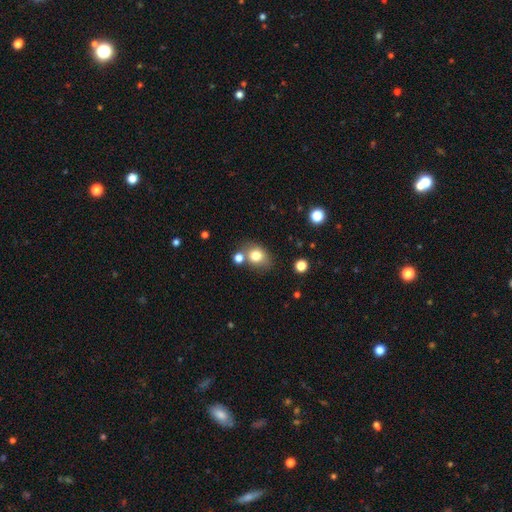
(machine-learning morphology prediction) This appears to be a smooth galaxy with no disk features (78%) that is round (50%). Merging: none (62%).